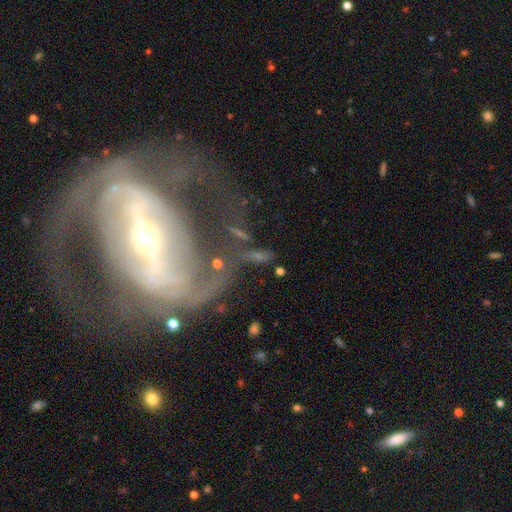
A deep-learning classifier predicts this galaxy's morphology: Smooth or featured?
  - featured or disk: 64% *
  - smooth: 21%
  - star or artifact: 15%
Edge-on disk?
  - no: 83% *
  - yes: 17%
Bar?
  - no: 37% *
  - weak: 33%
  - strong: 30%
Spiral arms?
  - yes: 75% *
  - no: 25%
Bulge size?
  - moderate: 43% *
  - small: 40%
  - large: 7%
  - none: 6%
  - dominant: 4%
Merging?
  - none: 45% *
  - major disturbance: 24%
  - minor disturbance: 18%
  - merger: 13%